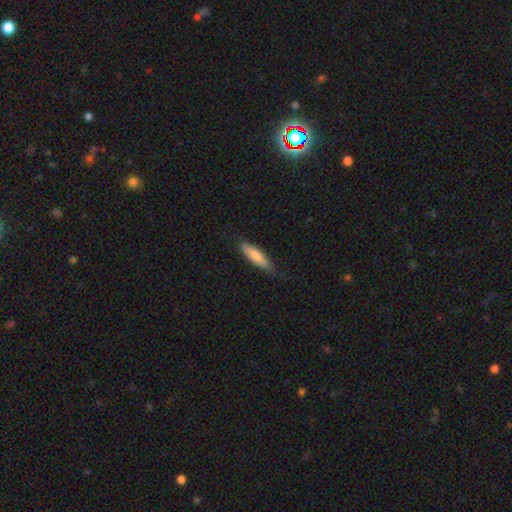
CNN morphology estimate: This is likely a smooth galaxy (76%). How rounded: likely cigar-shaped (75%). Merging: likely none (73%).